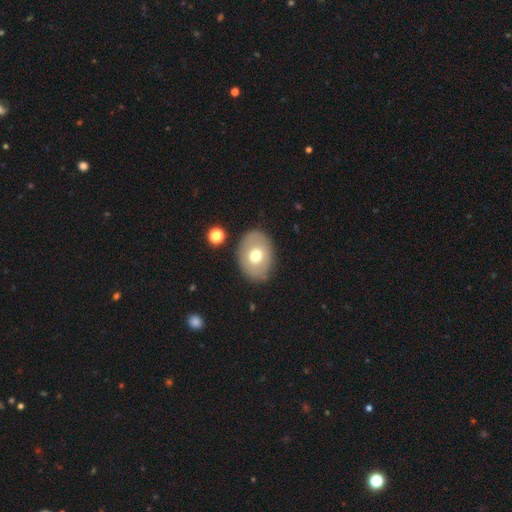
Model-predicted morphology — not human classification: This appears to be a smooth galaxy with no disk features (64%) that is in between round and cigar-shaped (69%). Merging: none (82%).